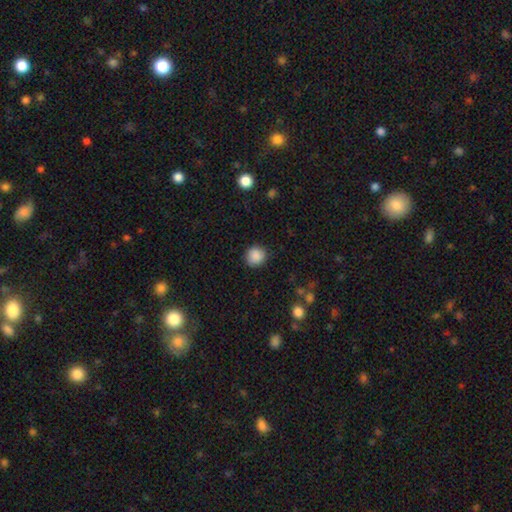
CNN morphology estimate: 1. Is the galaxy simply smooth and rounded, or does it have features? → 88% smooth, 9% star or artifact, 3% featured or disk.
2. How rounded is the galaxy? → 86% round, 13% in between, 1% cigar-shaped.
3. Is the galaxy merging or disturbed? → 87% none, 9% minor disturbance, 3% major disturbance, 1% merger.